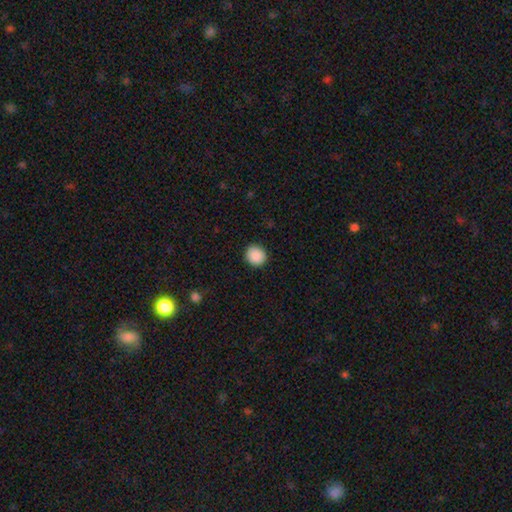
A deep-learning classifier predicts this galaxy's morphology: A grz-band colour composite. It shows a smooth galaxy with no disk features (90%) that is round (87%). Merging: none (91%).